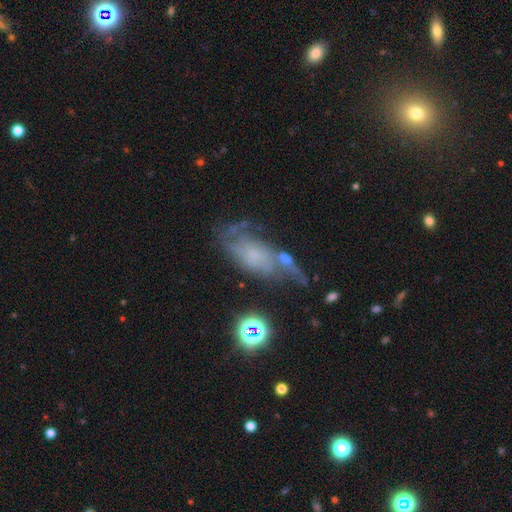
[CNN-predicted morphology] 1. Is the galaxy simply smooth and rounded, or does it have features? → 56% featured or disk, 27% smooth, 17% star or artifact.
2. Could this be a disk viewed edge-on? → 90% no, 10% yes.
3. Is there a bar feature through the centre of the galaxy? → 77% no, 19% weak, 4% strong.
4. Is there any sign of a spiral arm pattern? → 70% yes, 30% no.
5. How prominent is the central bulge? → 39% none, 36% small, 17% moderate, 6% large, 2% dominant.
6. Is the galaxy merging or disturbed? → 38% none, 26% major disturbance, 23% minor disturbance, 13% merger.